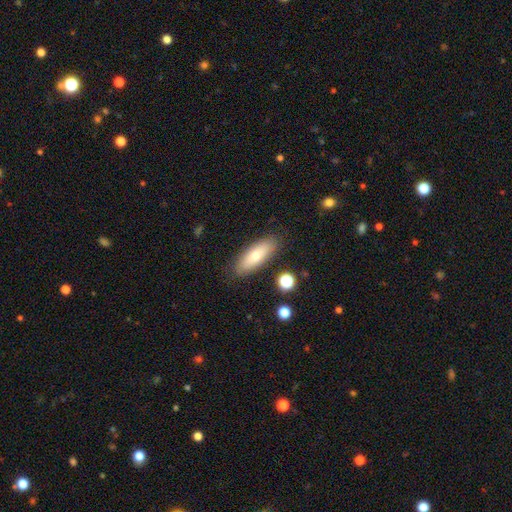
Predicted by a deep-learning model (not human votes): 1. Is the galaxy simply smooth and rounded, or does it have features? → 71% smooth, 22% featured or disk, 7% star or artifact.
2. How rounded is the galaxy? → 63% in between, 34% cigar-shaped, 3% round.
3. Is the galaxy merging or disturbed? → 85% none, 11% minor disturbance, 3% major disturbance, 2% merger.